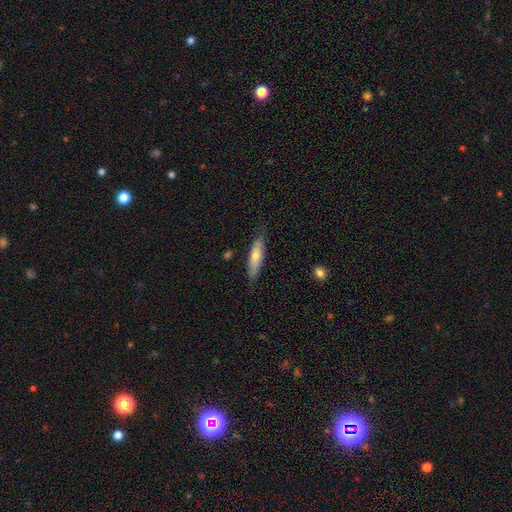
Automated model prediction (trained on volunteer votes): Q: Smooth or featured?
A: smooth (72%); runner-up: featured or disk (22%)
Q: How rounded?
A: cigar-shaped (60%); runner-up: in between (38%)
Q: Merging?
A: none (79%); runner-up: minor disturbance (17%)